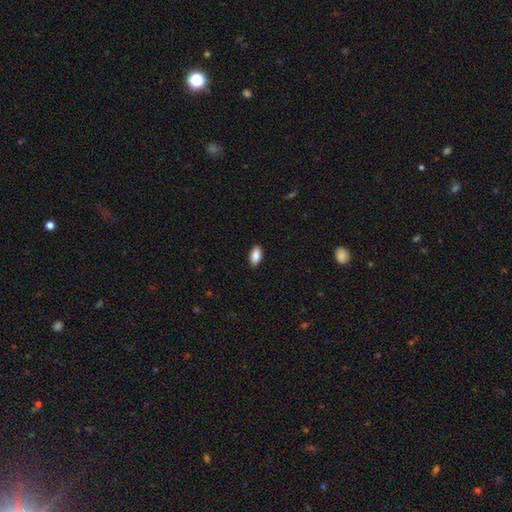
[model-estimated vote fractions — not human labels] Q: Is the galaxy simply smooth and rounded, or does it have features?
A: smooth — 88%.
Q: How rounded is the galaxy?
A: in between — 94%.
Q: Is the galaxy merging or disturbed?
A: none — 90%.